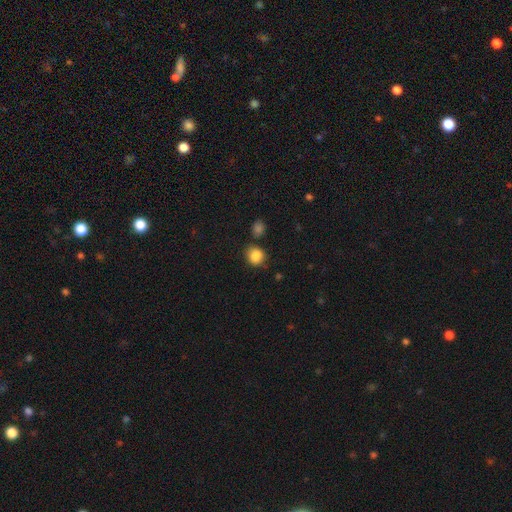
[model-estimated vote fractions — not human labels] A smooth galaxy with no disk features (86%) that is round (70%).

Vote fractions:
- Smooth or featured? smooth: 86% / star or artifact: 10% / featured or disk: 5%
- How rounded? round: 70% / in between: 29% / cigar-shaped: 1%
- Merging? none: 71% / minor disturbance: 17% / merger: 8% / major disturbance: 4%